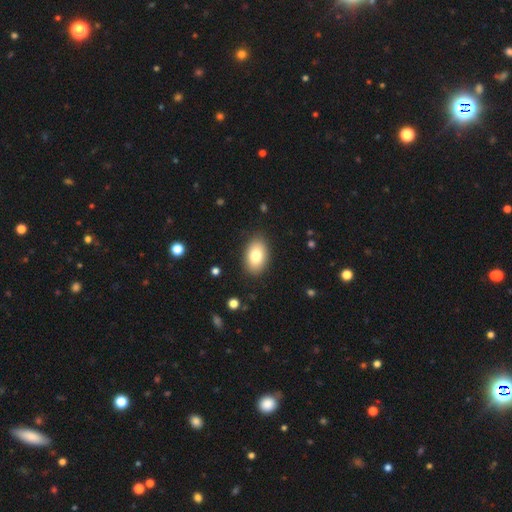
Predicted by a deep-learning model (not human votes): Smooth or featured: smooth — 80% (featured or disk — 12%)
How rounded: in between — 91% (round — 8%)
Merging: none — 88% (minor disturbance — 9%)